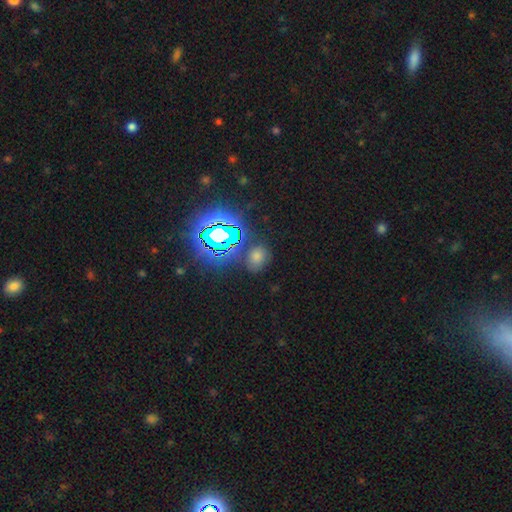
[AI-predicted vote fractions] Smooth or featured: smooth — 48% (star or artifact — 44%)
Merging: none — 80% (minor disturbance — 11%)